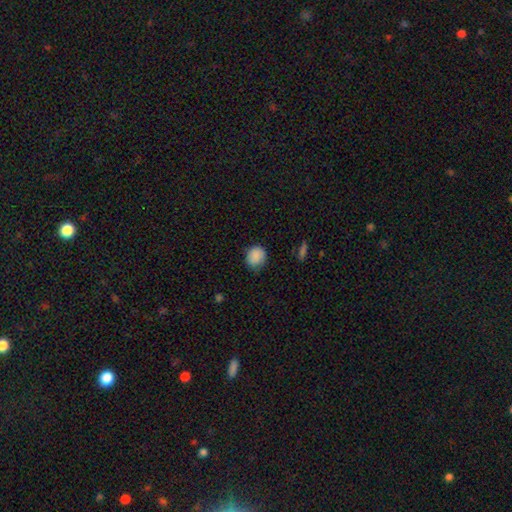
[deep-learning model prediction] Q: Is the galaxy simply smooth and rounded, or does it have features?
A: smooth — 88%.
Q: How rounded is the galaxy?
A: round — 77%.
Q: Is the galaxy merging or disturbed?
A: none — 72%.